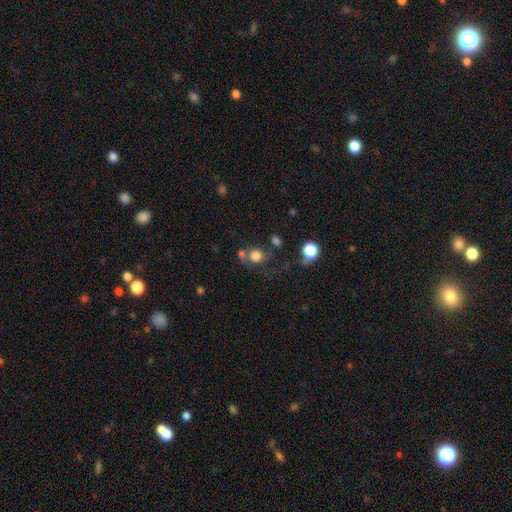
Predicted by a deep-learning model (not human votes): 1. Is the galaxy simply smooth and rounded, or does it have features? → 73% smooth, 13% star or artifact, 13% featured or disk.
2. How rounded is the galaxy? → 74% round, 25% in between, 1% cigar-shaped.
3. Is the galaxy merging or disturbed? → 45% none, 25% merger, 16% minor disturbance, 14% major disturbance.